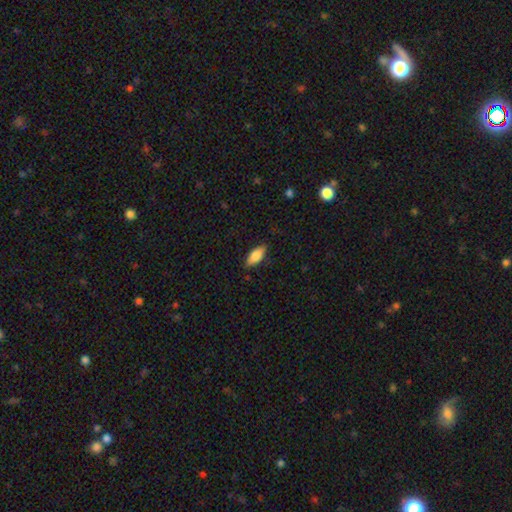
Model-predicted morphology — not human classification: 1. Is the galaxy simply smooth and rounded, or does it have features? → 77% smooth, 17% featured or disk, 6% star or artifact.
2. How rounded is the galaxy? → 80% in between, 17% cigar-shaped, 2% round.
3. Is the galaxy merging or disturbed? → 84% none, 13% minor disturbance, 3% major disturbance, 1% merger.